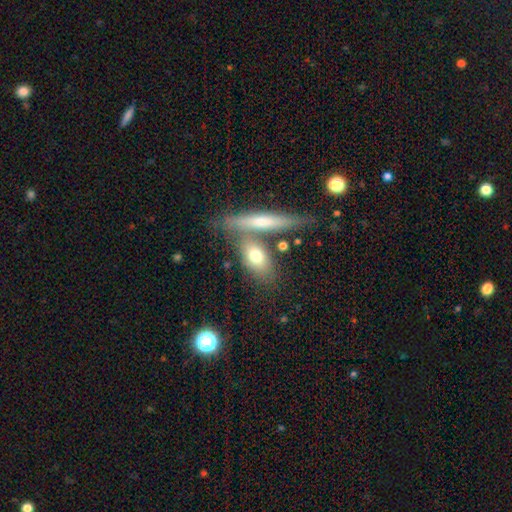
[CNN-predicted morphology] A smooth galaxy with no disk features (69%) that is in between round and cigar-shaped (65%).

Vote fractions:
- Smooth or featured? smooth: 69% / featured or disk: 25% / star or artifact: 7%
- How rounded? in between: 65% / cigar-shaped: 27% / round: 8%
- Merging? none: 55% / merger: 27% / minor disturbance: 14% / major disturbance: 5%